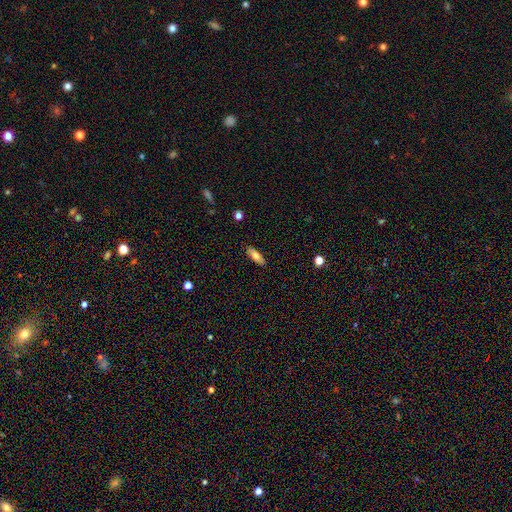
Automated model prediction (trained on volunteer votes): Smooth or featured: smooth — 70% (featured or disk — 23%)
How rounded: in between — 68% (cigar-shaped — 29%)
Merging: none — 88% (minor disturbance — 9%)